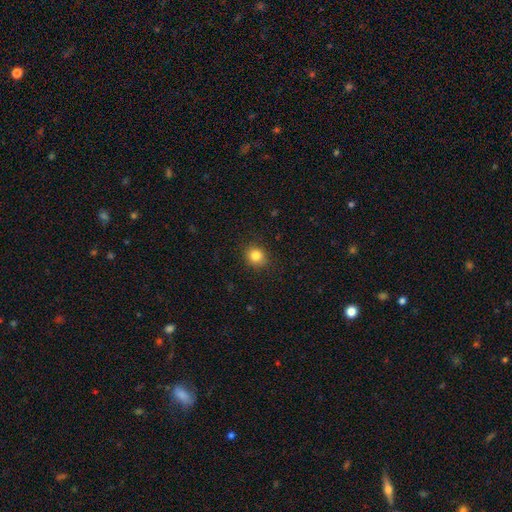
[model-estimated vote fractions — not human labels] smooth-or-featured: smooth: 83% | star or artifact: 11% | featured or disk: 6%
  how-rounded: round: 78% | in between: 21% | cigar-shaped: 1%
  merging: none: 88% | minor disturbance: 9% | major disturbance: 2% | merger: 1%